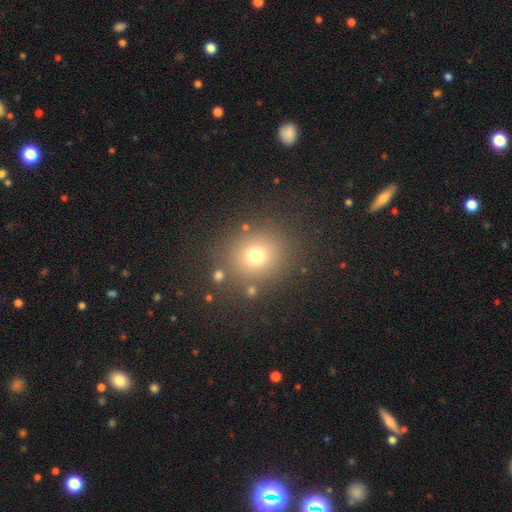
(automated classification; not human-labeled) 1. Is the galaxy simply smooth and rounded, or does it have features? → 72% smooth, 19% star or artifact, 10% featured or disk.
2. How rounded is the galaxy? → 84% round, 15% in between, 1% cigar-shaped.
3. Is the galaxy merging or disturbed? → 83% none, 8% minor disturbance, 5% merger, 4% major disturbance.